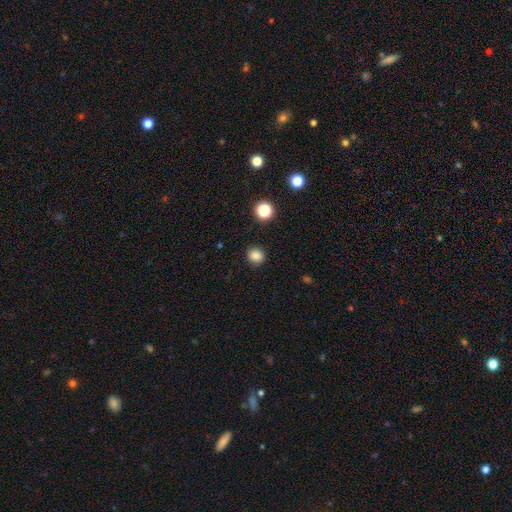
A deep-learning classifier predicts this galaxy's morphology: smooth 84%, star or artifact 12%, featured or disk 4%. Down the decision tree: how rounded — round (84%); merging — none (90%).